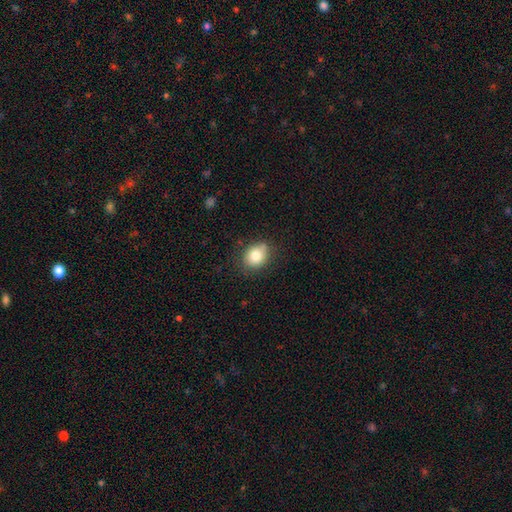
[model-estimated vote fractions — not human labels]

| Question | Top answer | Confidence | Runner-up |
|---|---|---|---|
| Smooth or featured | smooth | 81% | featured or disk (10%) |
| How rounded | round | 51% | in between (49%) |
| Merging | none | 75% | minor disturbance (18%) |